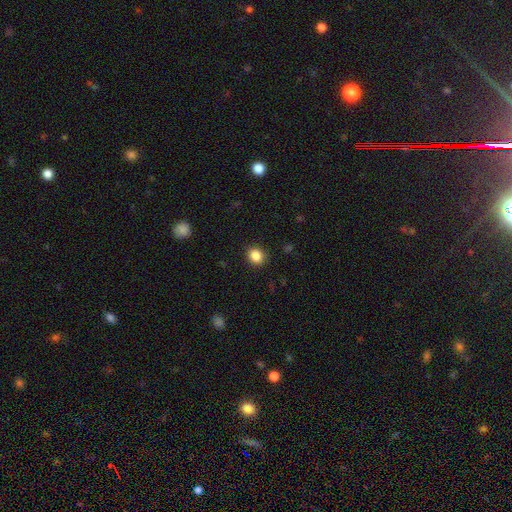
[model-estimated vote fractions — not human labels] Morphology: type=smooth (85%); roundness=round (70%); merging=none (90%).